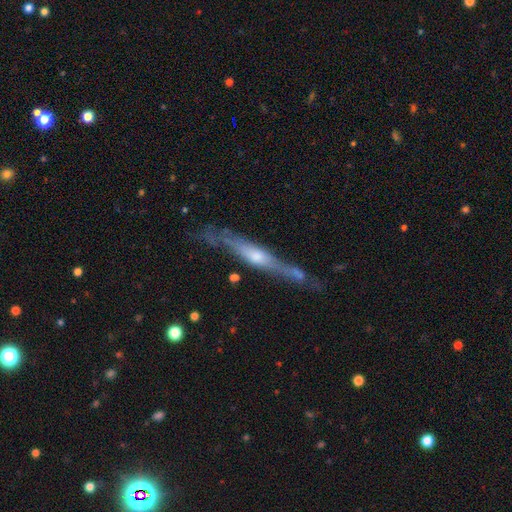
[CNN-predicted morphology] featured or disk 75%, smooth 19%, star or artifact 6%. Down the decision tree: edge-on disk — yes (91%); edge-on bulge — rounded (71%); merging — none (62%).